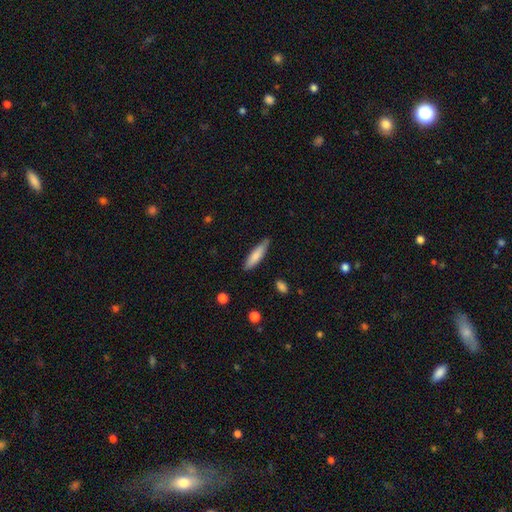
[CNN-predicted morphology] This appears to be a smooth galaxy with no disk features (79%) that is cigar-shaped (74%). Merging: none (78%).